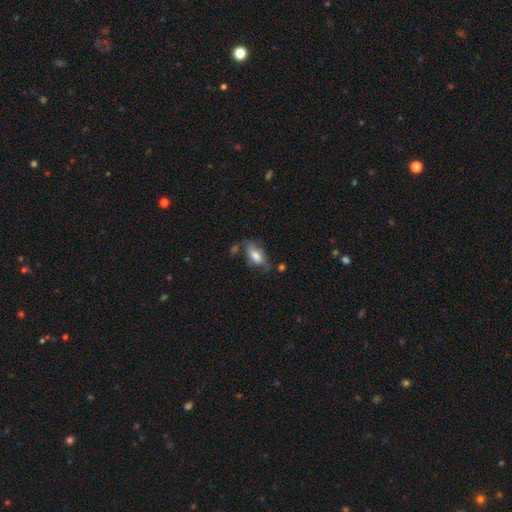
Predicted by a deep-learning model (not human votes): This is likely a smooth galaxy (67%). How rounded: clearly in between (86%). Merging: possibly none (48%).